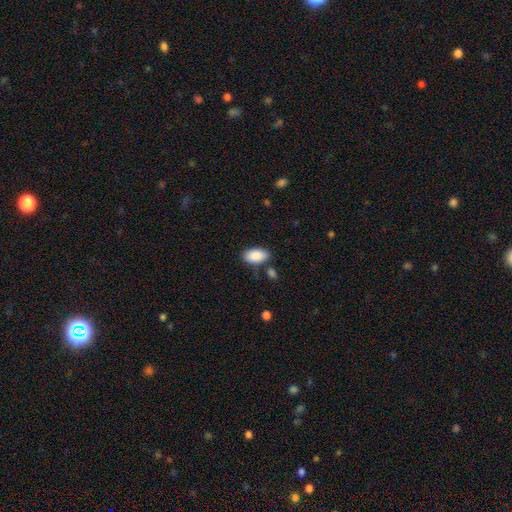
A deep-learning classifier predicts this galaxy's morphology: Smooth or featured? Predicted: smooth (p=0.89). How rounded? Predicted: in between (p=0.95). Merging? Predicted: none (p=0.79).